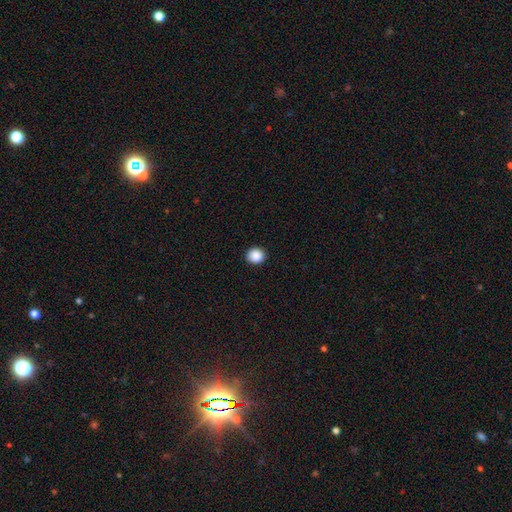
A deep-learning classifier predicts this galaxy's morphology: Smooth or featured? smooth (89%)
How rounded? round (87%)
Merging? none (92%)